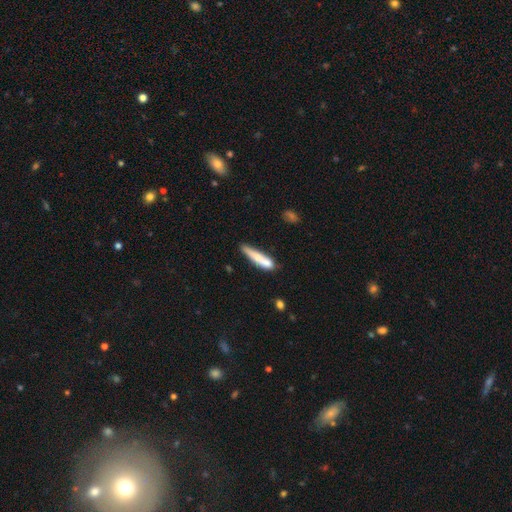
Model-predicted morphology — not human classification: Q: Smooth or featured?
A: smooth (71%); runner-up: featured or disk (22%)
Q: How rounded?
A: cigar-shaped (87%); runner-up: in between (11%)
Q: Merging?
A: none (57%); runner-up: minor disturbance (26%)